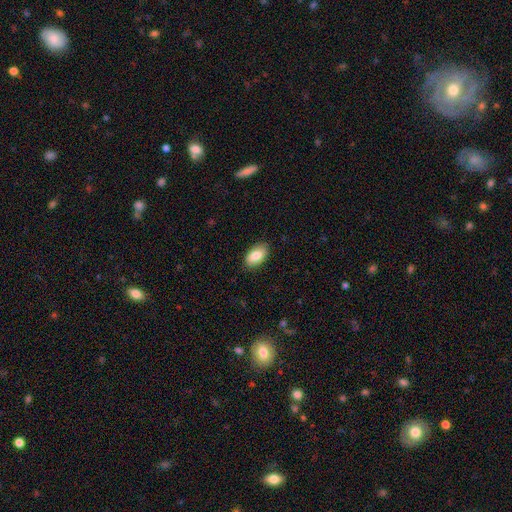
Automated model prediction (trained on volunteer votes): smooth_or_featured: smooth (p=0.83) [alt: featured or disk p=0.11]
how_rounded: in between (p=0.94) [alt: round p=0.04]
merging: none (p=0.86) [alt: minor disturbance p=0.10]